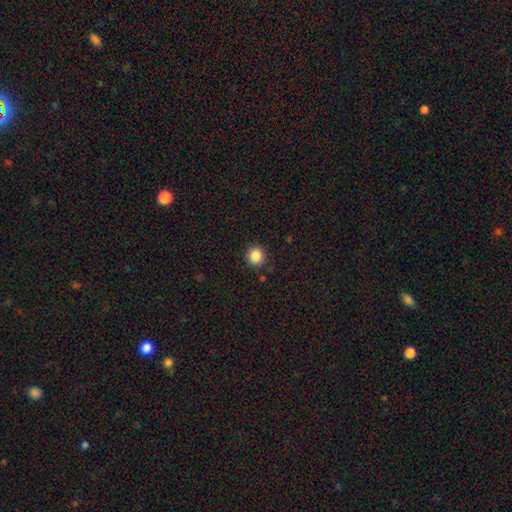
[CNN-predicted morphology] smooth-or-featured: smooth: 86% | star or artifact: 11% | featured or disk: 3%
  how-rounded: round: 93% | in between: 6% | cigar-shaped: 1%
  merging: none: 89% | minor disturbance: 7% | major disturbance: 2% | merger: 2%